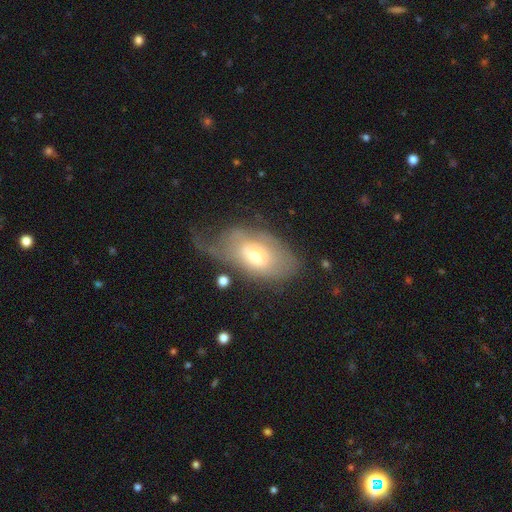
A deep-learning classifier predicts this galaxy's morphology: This is possibly a featured or disk galaxy (47%). Merging: marginally major disturbance (37%).